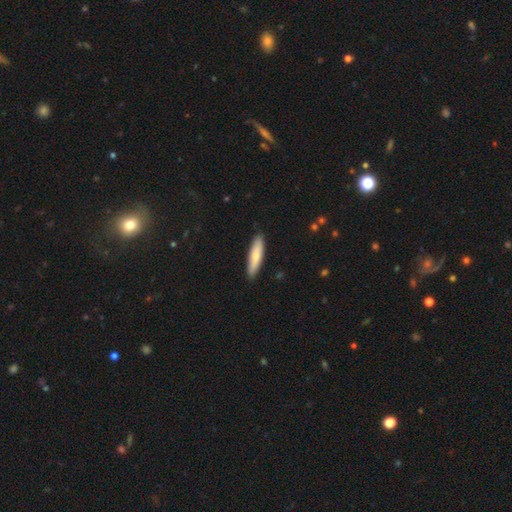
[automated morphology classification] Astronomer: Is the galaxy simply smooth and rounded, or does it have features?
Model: smooth — 76%.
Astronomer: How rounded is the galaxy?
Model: cigar-shaped — 75%.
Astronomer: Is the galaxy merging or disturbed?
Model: none — 89%.